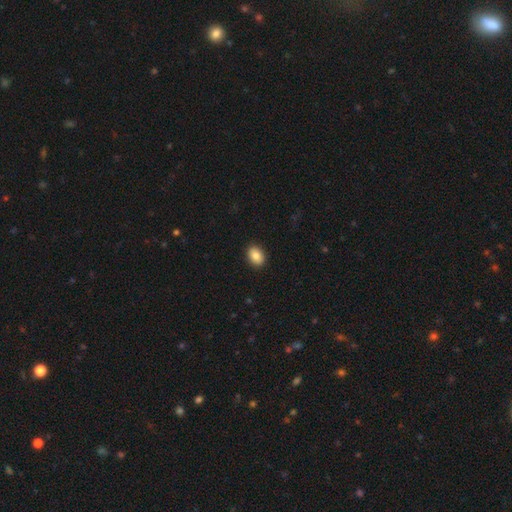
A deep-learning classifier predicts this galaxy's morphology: Smooth or featured: smooth — 86% (star or artifact — 8%)
How rounded: in between — 76% (round — 23%)
Merging: none — 91% (minor disturbance — 7%)